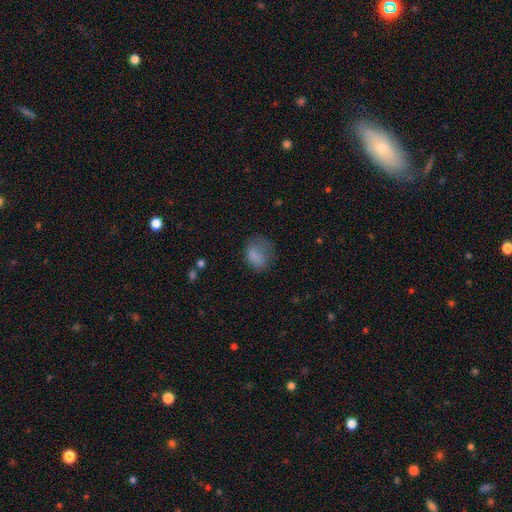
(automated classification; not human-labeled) Smooth or featured? Predicted: smooth (p=0.78). How rounded? Predicted: in between (p=0.61). Merging? Predicted: none (p=0.43).